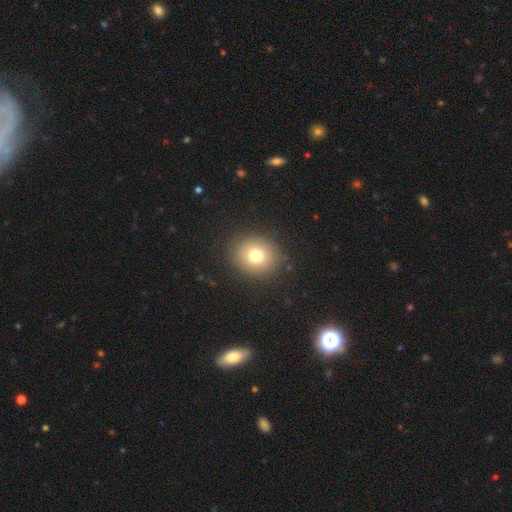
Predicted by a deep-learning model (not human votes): Smooth or featured?
  - smooth: 76% *
  - star or artifact: 12%
  - featured or disk: 11%
How rounded?
  - round: 78% *
  - in between: 21%
  - cigar-shaped: 1%
Merging?
  - none: 88% *
  - minor disturbance: 8%
  - major disturbance: 3%
  - merger: 1%